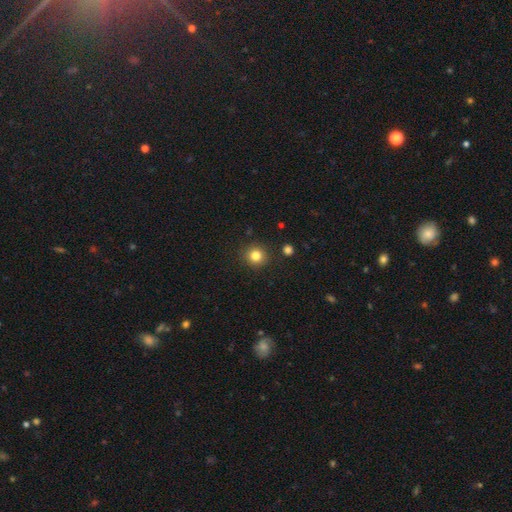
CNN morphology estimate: smooth_or_featured: smooth (p=0.82) [alt: star or artifact p=0.12]
how_rounded: round (p=0.92) [alt: in between p=0.07]
merging: none (p=0.90) [alt: minor disturbance p=0.06]